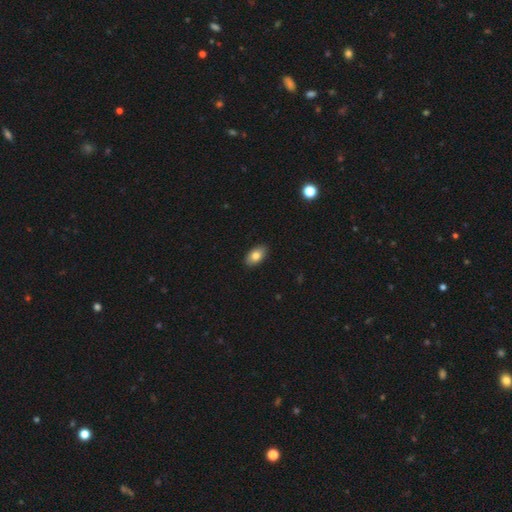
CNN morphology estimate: This is clearly a smooth galaxy (80%). How rounded: clearly in between (92%). Merging: clearly none (89%).